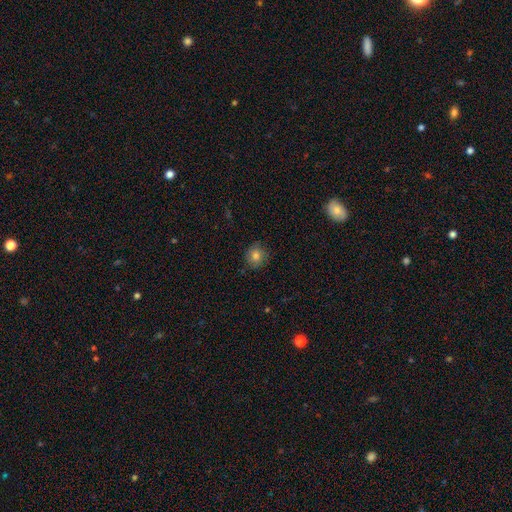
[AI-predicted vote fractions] Morphology: type=smooth (80%); roundness=round (86%); merging=none (83%).